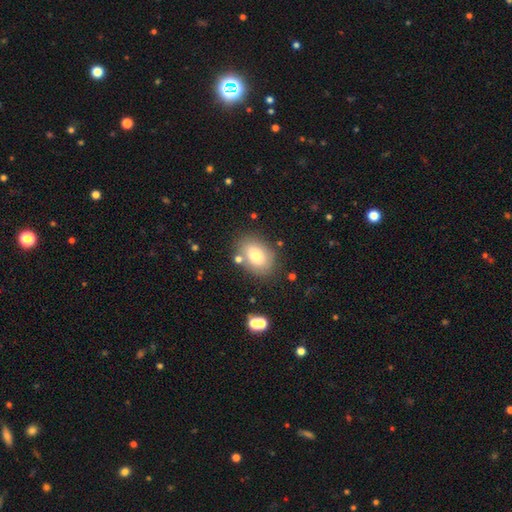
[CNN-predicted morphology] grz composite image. It shows a smooth galaxy with no disk features (75%) that is in between round and cigar-shaped (76%). Merging: none (77%).